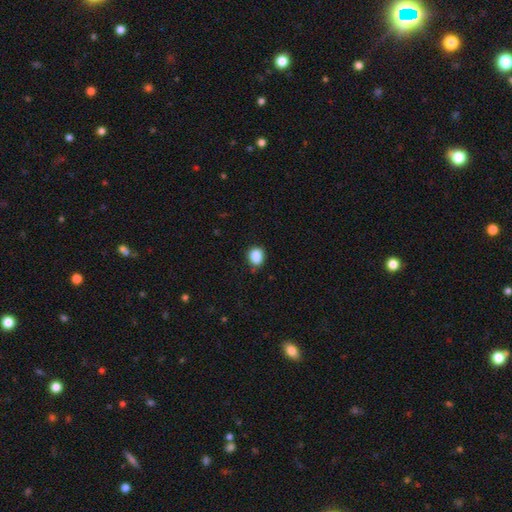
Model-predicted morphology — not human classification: A smooth galaxy with no disk features (87%) that is round (58%). Merging: none (76%).